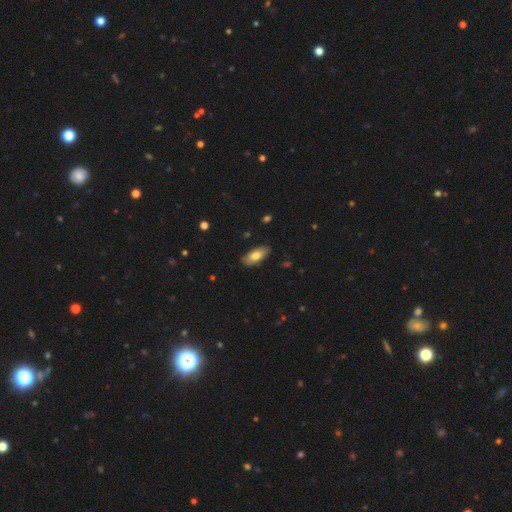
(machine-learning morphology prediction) The model was most divided on "smooth or featured": smooth: 75%, featured or disk: 18%, star or artifact: 6%. More confident: how rounded — in between (87%); merging — none (86%).